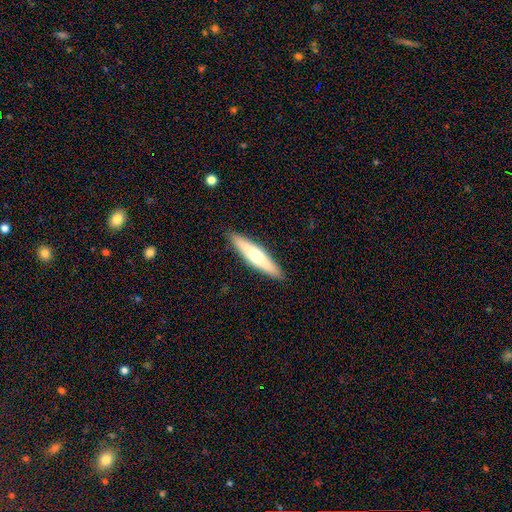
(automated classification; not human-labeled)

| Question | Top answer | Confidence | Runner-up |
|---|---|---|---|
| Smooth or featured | smooth | 51% | featured or disk (44%) |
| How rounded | cigar-shaped | 79% | in between (20%) |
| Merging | none | 90% | minor disturbance (8%) |